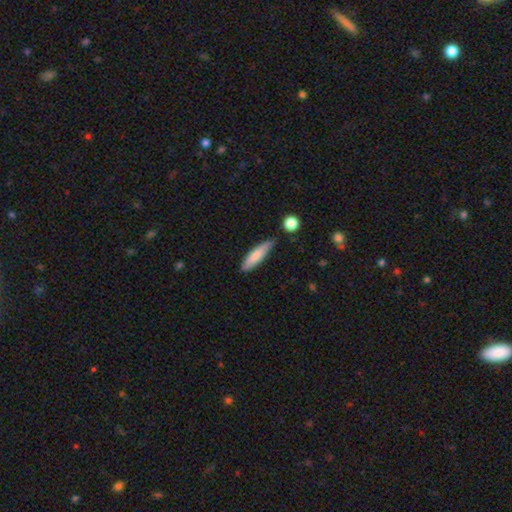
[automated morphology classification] A smooth galaxy with no disk features (78%) that is cigar-shaped (75%). Merging: none (75%).